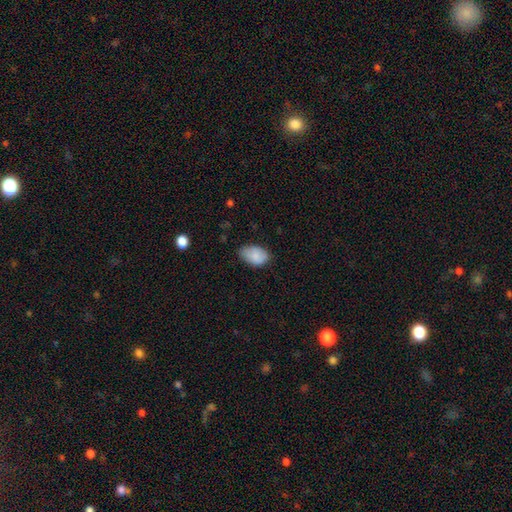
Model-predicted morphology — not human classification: A smooth galaxy with no disk features (85%) that is in between round and cigar-shaped (90%). Merging: none (63%).